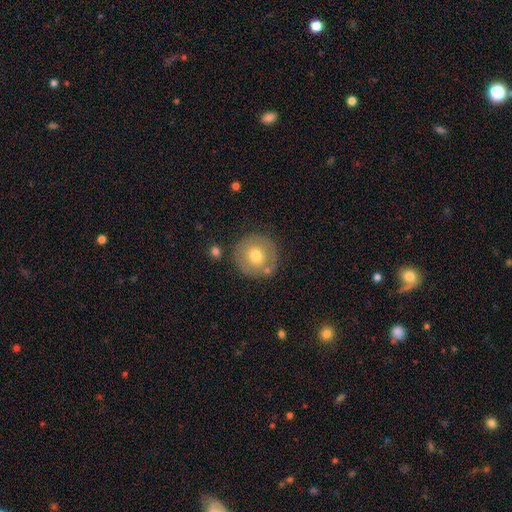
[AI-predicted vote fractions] A smooth galaxy with no disk features (66%) that is round (95%).

Vote fractions:
- Smooth or featured? smooth: 66% / featured or disk: 26% / star or artifact: 8%
- How rounded? round: 95% / in between: 4% / cigar-shaped: 1%
- Merging? none: 80% / minor disturbance: 11% / merger: 5% / major disturbance: 4%